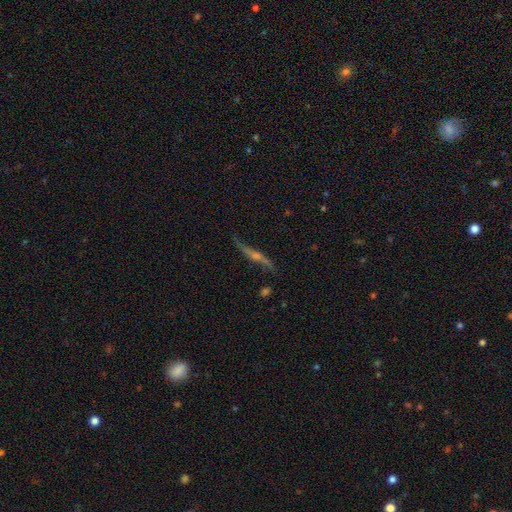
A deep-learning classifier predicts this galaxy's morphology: Smooth or featured?
  - featured or disk: 81% *
  - smooth: 12%
  - star or artifact: 7%
Edge-on disk?
  - yes: 78% *
  - no: 22%
Edge-on bulge?
  - rounded: 77% *
  - none: 16%
  - boxy: 7%
Merging?
  - none: 75% *
  - minor disturbance: 17%
  - major disturbance: 6%
  - merger: 3%